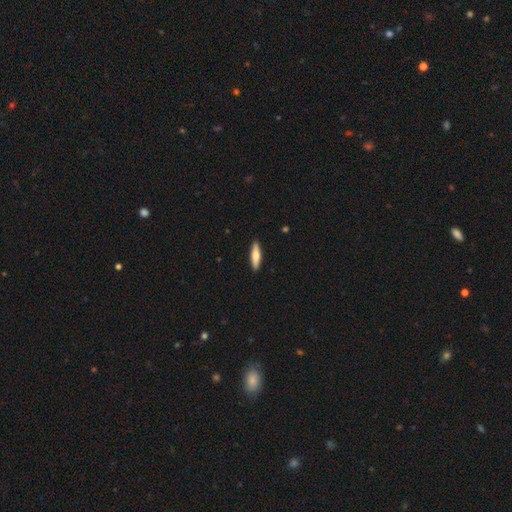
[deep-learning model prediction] This appears to be a smooth galaxy with no disk features (67%) that is cigar-shaped (74%). Merging: none (91%).